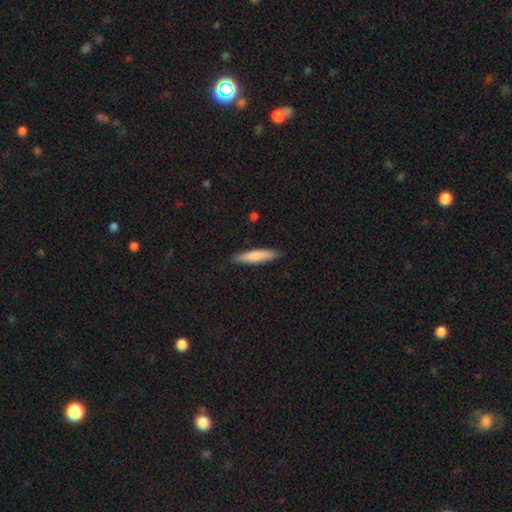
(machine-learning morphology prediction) type=smooth (80%); roundness=cigar-shaped (85%); merging=none (87%).